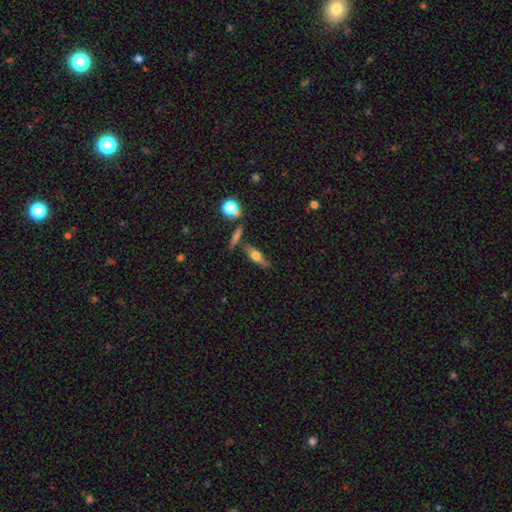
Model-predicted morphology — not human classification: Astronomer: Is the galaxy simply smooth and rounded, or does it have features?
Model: smooth — 52% (runner-up: featured or disk, 39%).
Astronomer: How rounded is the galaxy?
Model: in between — 51% (runner-up: cigar-shaped, 43%).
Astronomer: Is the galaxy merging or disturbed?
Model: none — 70%.